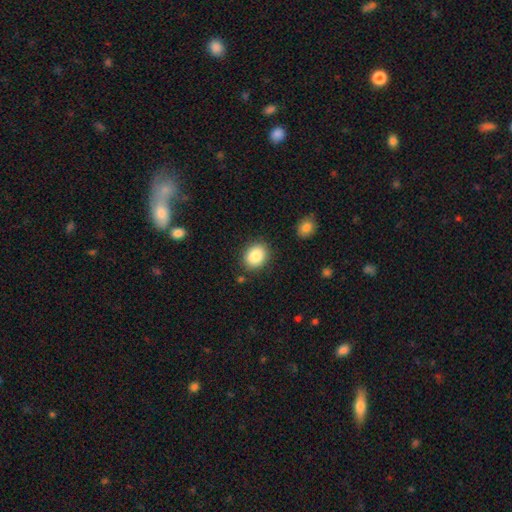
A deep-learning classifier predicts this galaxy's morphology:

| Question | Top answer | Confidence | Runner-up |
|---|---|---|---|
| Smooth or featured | smooth | 86% | star or artifact (8%) |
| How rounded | in between | 53% | round (46%) |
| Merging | none | 85% | minor disturbance (10%) |